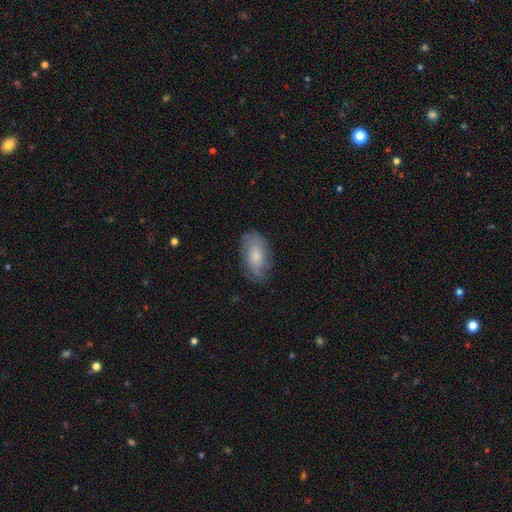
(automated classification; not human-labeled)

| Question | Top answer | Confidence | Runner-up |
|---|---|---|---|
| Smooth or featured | smooth | 47% | featured or disk (46%) |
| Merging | none | 69% | minor disturbance (22%) |